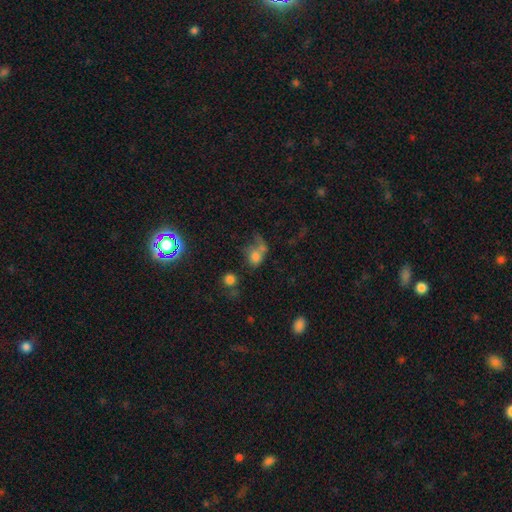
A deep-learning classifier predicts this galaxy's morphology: A smooth galaxy with no disk features (68%) that is round (57%).

Vote fractions:
- Smooth or featured? smooth: 68% / star or artifact: 17% / featured or disk: 15%
- How rounded? round: 57% / in between: 41% / cigar-shaped: 2%
- Merging? merger: 32% / none: 31% / major disturbance: 21% / minor disturbance: 15%